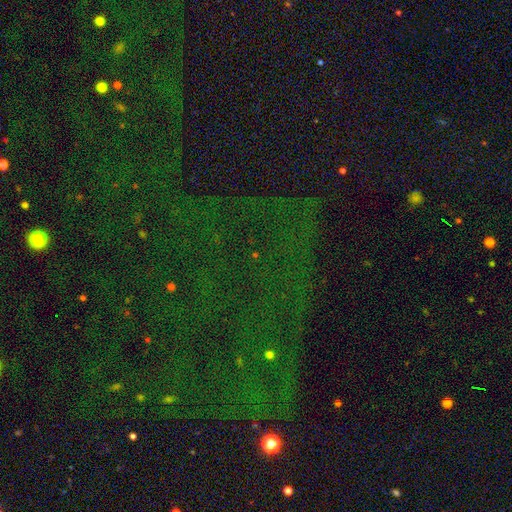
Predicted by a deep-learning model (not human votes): Overall: star or artifact (76%).